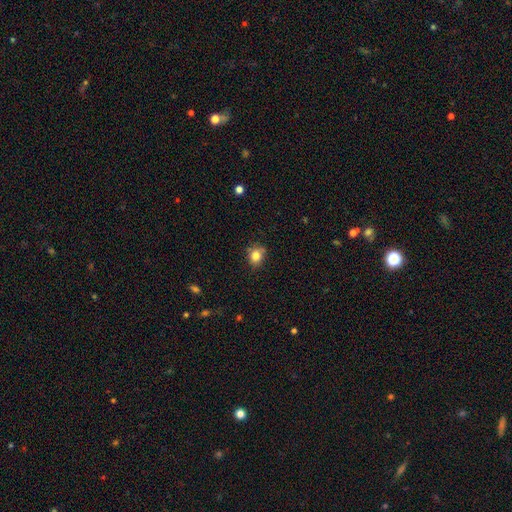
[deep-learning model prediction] Smooth or featured: smooth — 82% (star or artifact — 11%)
How rounded: round — 70% (in between — 29%)
Merging: none — 70% (minor disturbance — 22%)